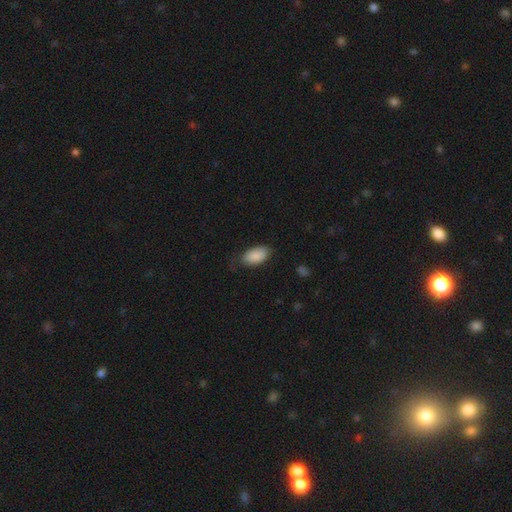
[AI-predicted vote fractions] Morphology: type=smooth (89%); roundness=in between (95%); merging=none (71%).